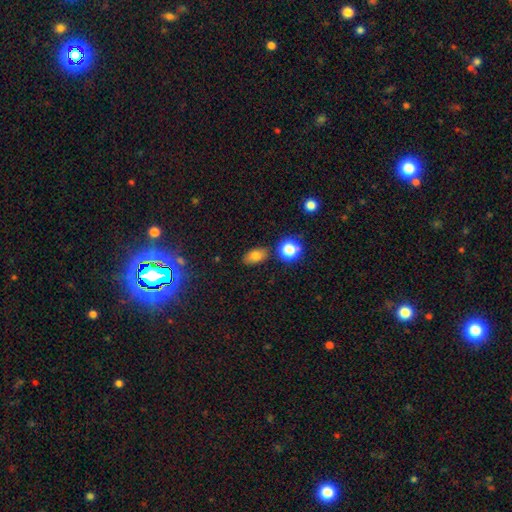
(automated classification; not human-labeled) smooth 77%, star or artifact 14%, featured or disk 10%. Down the decision tree: how rounded — in between (83%); merging — none (81%).